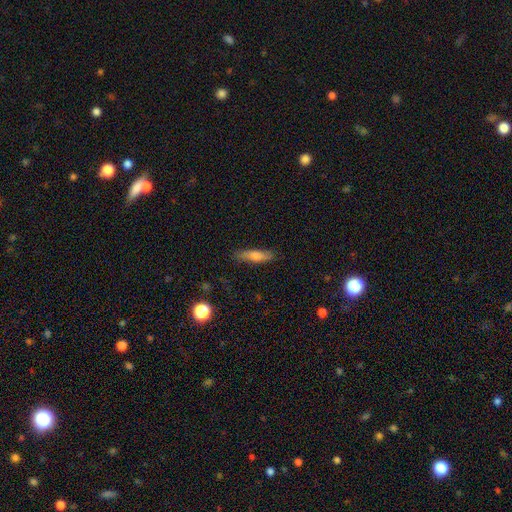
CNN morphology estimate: Overall: smooth (60%; featured or disk 31%). How rounded: cigar-shaped (74%). Merging: none (81%).